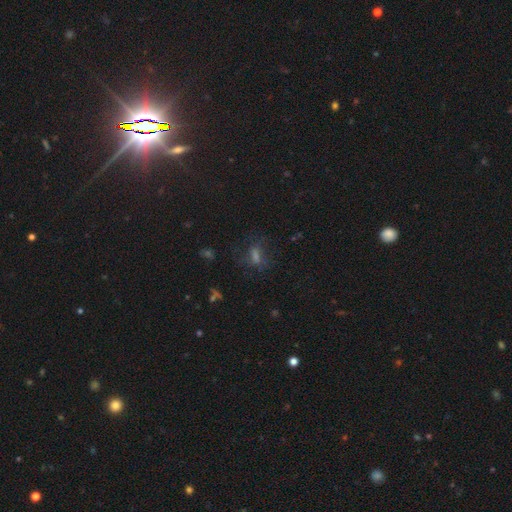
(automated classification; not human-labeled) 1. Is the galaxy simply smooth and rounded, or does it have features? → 42% smooth, 38% star or artifact, 20% featured or disk.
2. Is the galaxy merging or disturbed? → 64% none, 18% minor disturbance, 16% major disturbance, 3% merger.